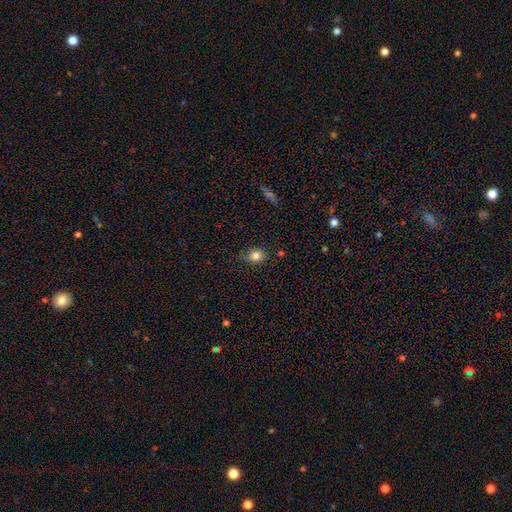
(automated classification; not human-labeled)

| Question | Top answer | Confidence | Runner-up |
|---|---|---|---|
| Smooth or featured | smooth | 82% | star or artifact (11%) |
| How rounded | round | 56% | in between (43%) |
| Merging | none | 79% | minor disturbance (16%) |